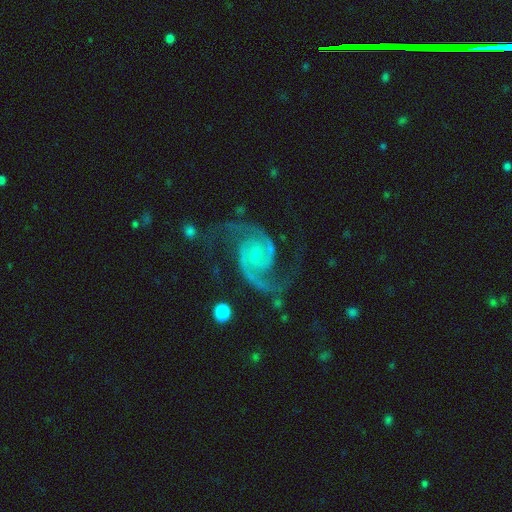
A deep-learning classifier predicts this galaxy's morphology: A featured or disk galaxy (94%) with no bar (61%), 2 (94%) medium (60%) spiral arms (99%) and a small central bulge (63%).

Vote fractions:
- Smooth or featured? featured or disk: 94% / star or artifact: 4% / smooth: 2%
- Edge-on disk? no: 98% / yes: 2%
- Bar? no: 61% / weak: 31% / strong: 8%
- Spiral arms? yes: 99% / no: 1%
- Spiral winding? medium: 60% / tight: 21% / loose: 19%
- Spiral arm count? 2: 94% / 3: 2% / can't tell: 1% / 1: 1% / 4: 1% / more than 4: 1%
- Bulge size? small: 63% / moderate: 30% / none: 4% / large: 2% / dominant: 1%
- Merging? none: 71% / minor disturbance: 17% / major disturbance: 10% / merger: 2%